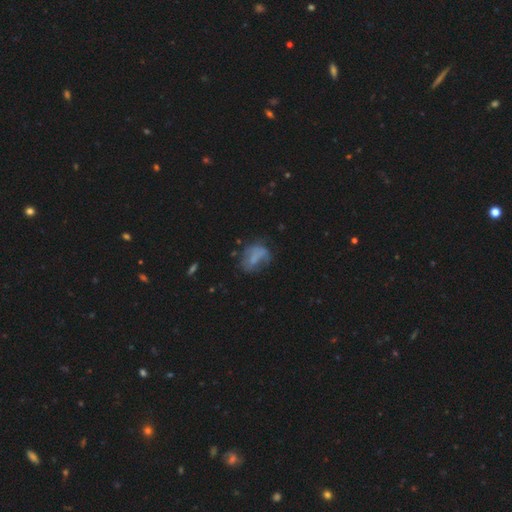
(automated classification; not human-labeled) The model was most divided on "merging": none: 40%, minor disturbance: 29%, major disturbance: 26%, merger: 5%. More confident: how rounded — in between (69%); smooth or featured — smooth (56%).